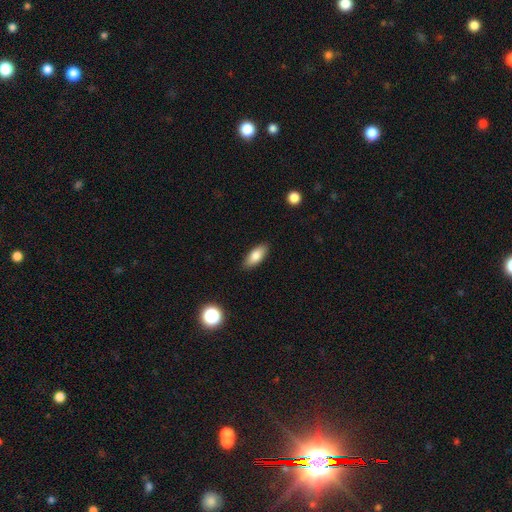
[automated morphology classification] A smooth galaxy with no disk features (81%) that is in between round and cigar-shaped (80%).

Vote fractions:
- Smooth or featured? smooth: 81% / featured or disk: 11% / star or artifact: 7%
- How rounded? in between: 80% / cigar-shaped: 17% / round: 3%
- Merging? none: 87% / minor disturbance: 9% / major disturbance: 2% / merger: 1%